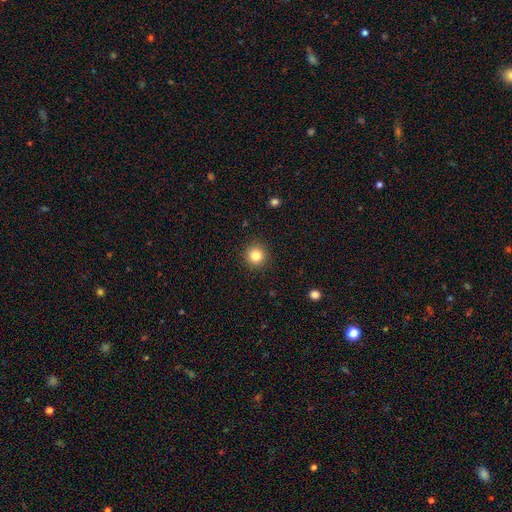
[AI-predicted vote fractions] smooth 84%, star or artifact 11%, featured or disk 5%. Down the decision tree: how rounded — round (94%); merging — none (91%).